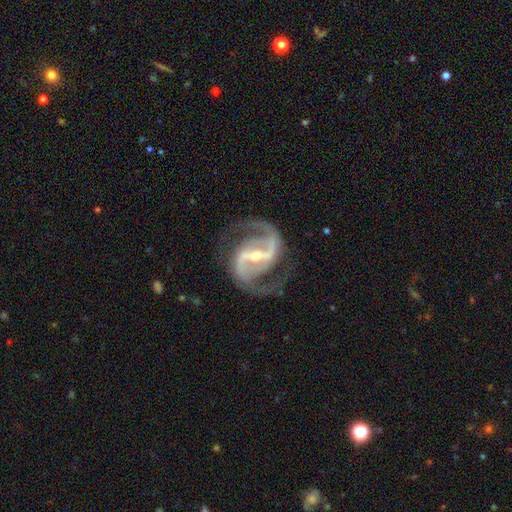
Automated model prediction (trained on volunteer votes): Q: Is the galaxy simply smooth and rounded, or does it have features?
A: featured or disk — 94%.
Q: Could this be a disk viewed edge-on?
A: no — 98%.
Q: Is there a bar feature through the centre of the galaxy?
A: strong — 67%.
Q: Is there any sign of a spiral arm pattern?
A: yes — 98%.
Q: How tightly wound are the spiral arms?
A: medium — 63%.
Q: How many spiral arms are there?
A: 2 — 94%.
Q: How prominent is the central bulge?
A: small — 52%.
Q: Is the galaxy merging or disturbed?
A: none — 79%.